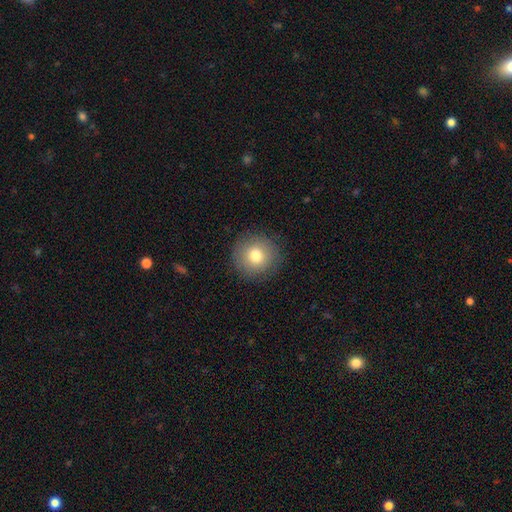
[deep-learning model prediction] The model was most divided on "smooth or featured": smooth: 77%, featured or disk: 13%, star or artifact: 10%. More confident: how rounded — round (94%); merging — none (89%).